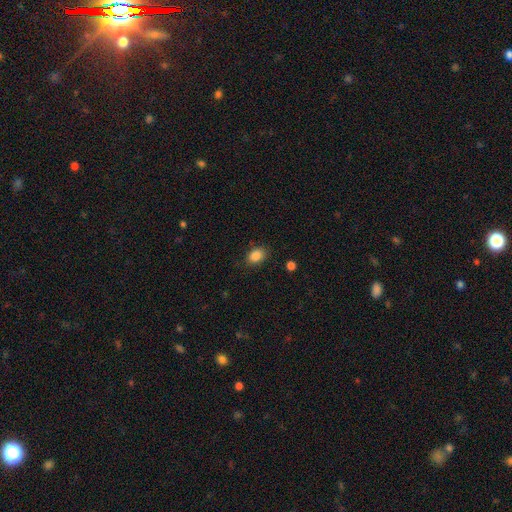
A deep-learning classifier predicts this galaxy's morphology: The model was most divided on "how rounded": in between: 73%, round: 26%, cigar-shaped: 1%. More confident: smooth or featured — smooth (87%); merging — none (84%).